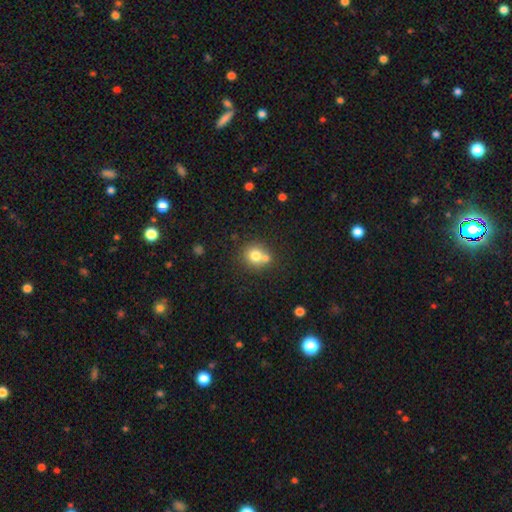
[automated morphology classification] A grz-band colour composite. It shows a smooth galaxy with no disk features (74%) that is round (86%). Merging: none (52%).